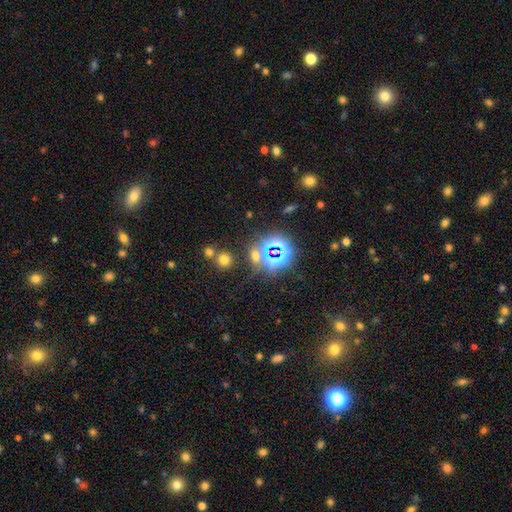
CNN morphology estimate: type=star or artifact (54%).